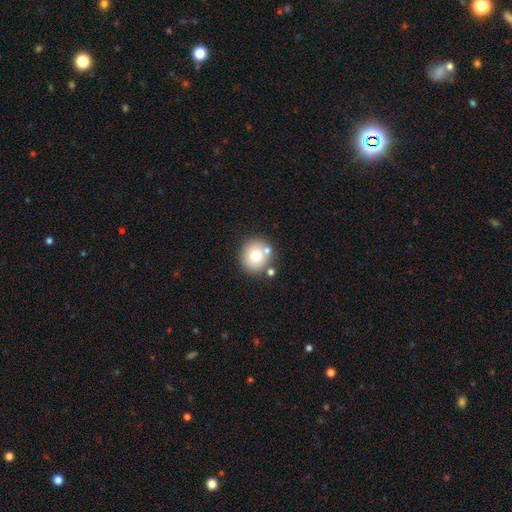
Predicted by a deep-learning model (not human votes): Smooth or featured? smooth (69%)
How rounded? round (87%)
Merging? none (73%)